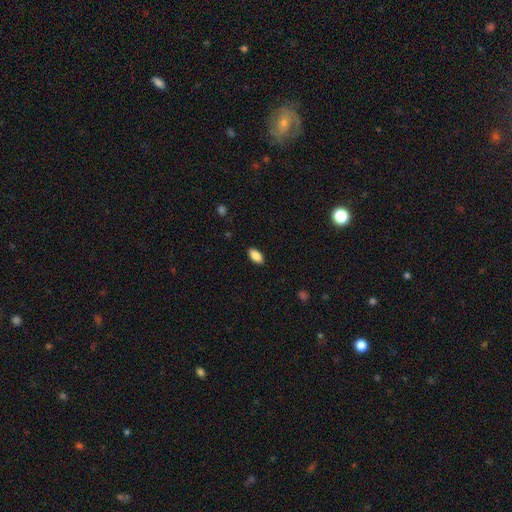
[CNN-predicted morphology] Q: Smooth or featured?
A: smooth (87%); runner-up: star or artifact (7%)
Q: How rounded?
A: in between (92%); runner-up: cigar-shaped (6%)
Q: Merging?
A: none (89%); runner-up: minor disturbance (9%)